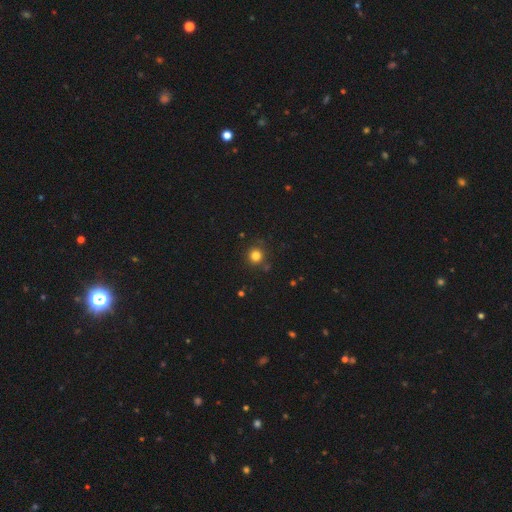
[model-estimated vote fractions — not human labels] smooth 81%, star or artifact 14%, featured or disk 5%. Down the decision tree: how rounded — round (92%); merging — none (85%).